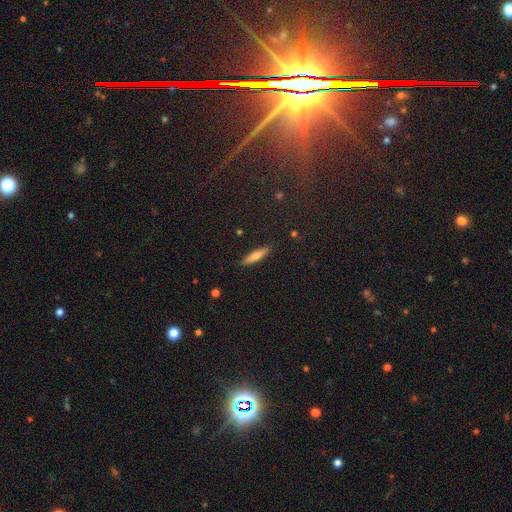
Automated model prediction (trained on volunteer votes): Q: Smooth or featured?
A: smooth (65%); runner-up: featured or disk (27%)
Q: How rounded?
A: cigar-shaped (81%); runner-up: in between (17%)
Q: Merging?
A: none (89%); runner-up: minor disturbance (8%)